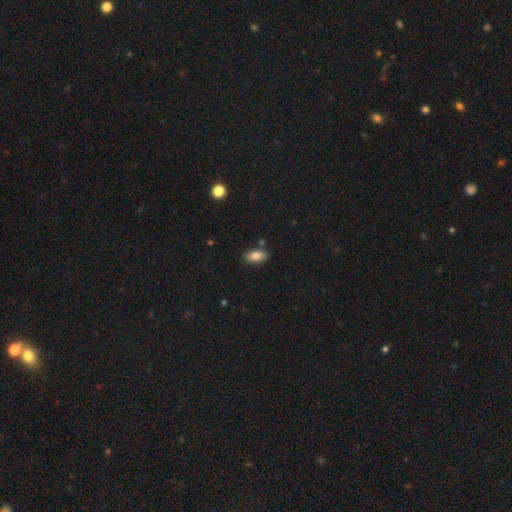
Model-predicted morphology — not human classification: A smooth galaxy with no disk features (86%) that is in between round and cigar-shaped (91%).

Vote fractions:
- Smooth or featured? smooth: 86% / star or artifact: 8% / featured or disk: 6%
- How rounded? in between: 91% / cigar-shaped: 4% / round: 4%
- Merging? none: 82% / minor disturbance: 12% / merger: 4% / major disturbance: 3%